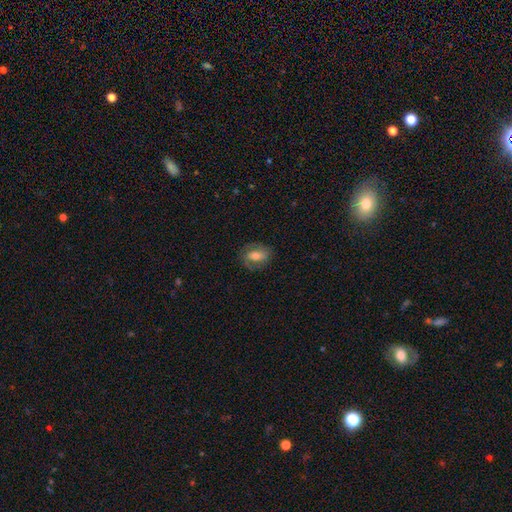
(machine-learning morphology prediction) smooth_or_featured: featured or disk (p=0.50) [alt: smooth p=0.42]
disk_edge_on: no (p=0.93) [alt: yes p=0.07]
merging: none (p=0.74) [alt: minor disturbance p=0.17]